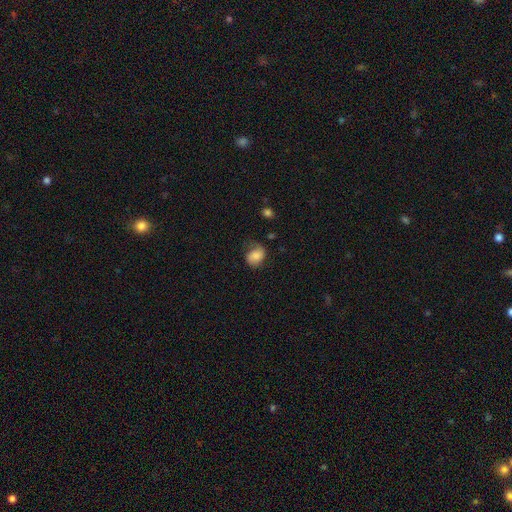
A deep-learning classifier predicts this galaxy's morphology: Overall: smooth (68%). How rounded: in between (57%; round 42%). Merging: none (52%; minor disturbance 31%).